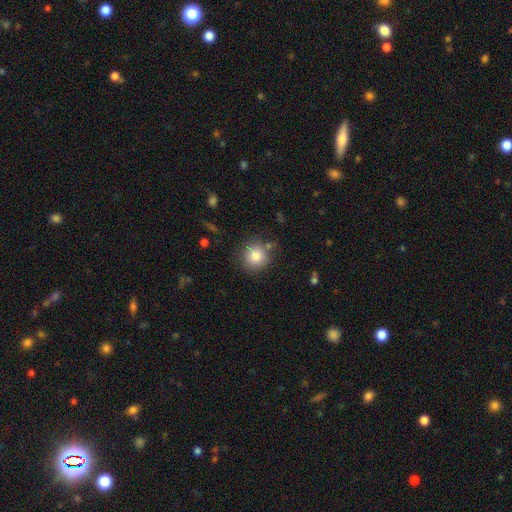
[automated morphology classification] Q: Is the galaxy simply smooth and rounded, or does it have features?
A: smooth — 84%.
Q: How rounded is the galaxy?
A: round — 92%.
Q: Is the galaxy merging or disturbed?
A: none — 81%.